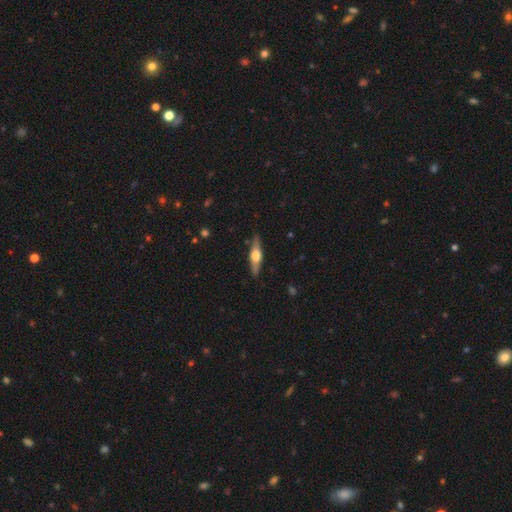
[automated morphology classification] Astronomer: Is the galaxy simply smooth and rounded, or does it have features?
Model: featured or disk — 59% (runner-up: smooth, 35%).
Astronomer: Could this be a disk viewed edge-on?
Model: yes — 94%.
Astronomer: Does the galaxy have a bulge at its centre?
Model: rounded — 93%.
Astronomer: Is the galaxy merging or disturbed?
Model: none — 88%.